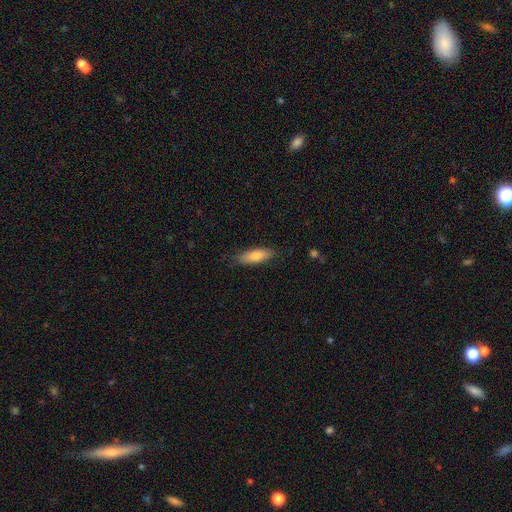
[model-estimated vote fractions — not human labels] Q: Smooth or featured?
A: smooth (77%); runner-up: featured or disk (17%)
Q: How rounded?
A: in between (54%); runner-up: cigar-shaped (44%)
Q: Merging?
A: none (83%); runner-up: minor disturbance (13%)